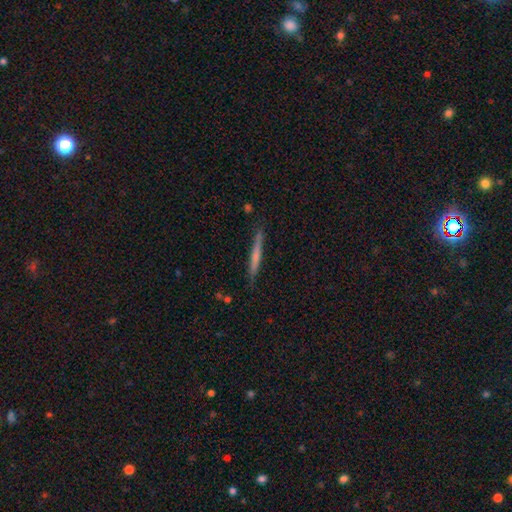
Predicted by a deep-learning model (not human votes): Q: Smooth or featured?
A: smooth (54%); runner-up: featured or disk (40%)
Q: How rounded?
A: cigar-shaped (96%); runner-up: in between (2%)
Q: Merging?
A: none (86%); runner-up: minor disturbance (10%)